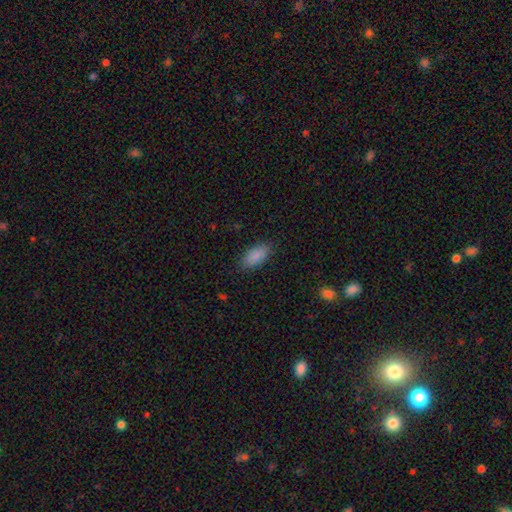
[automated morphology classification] smooth-or-featured: smooth: 89% | star or artifact: 7% | featured or disk: 4%
  how-rounded: in between: 91% | cigar-shaped: 7% | round: 2%
  merging: none: 86% | minor disturbance: 10% | major disturbance: 3% | merger: 1%